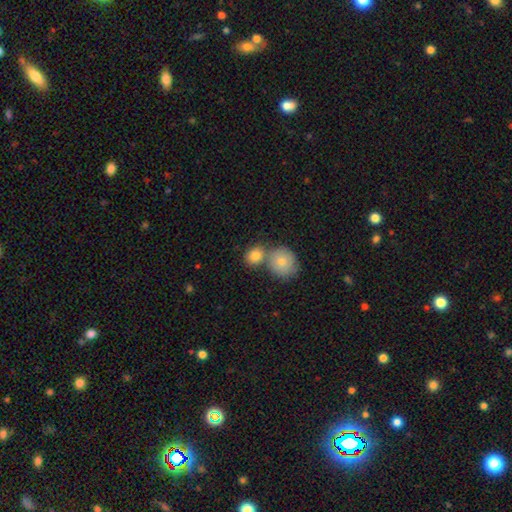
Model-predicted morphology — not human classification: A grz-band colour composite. It shows a smooth galaxy with no disk features (81%) that is round (71%). Merging: none (45%).